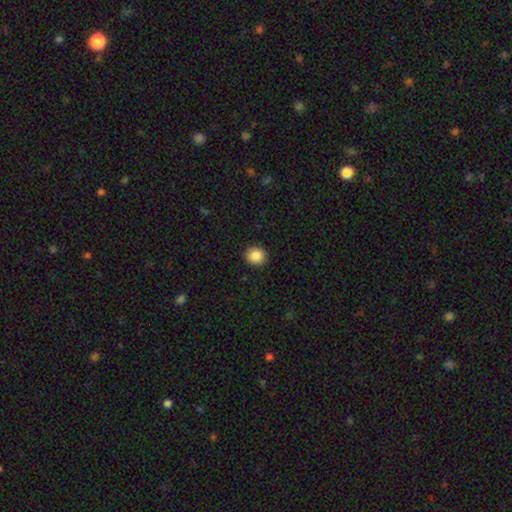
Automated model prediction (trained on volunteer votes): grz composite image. It shows a smooth galaxy with no disk features (87%) that is round (89%). Merging: none (92%).